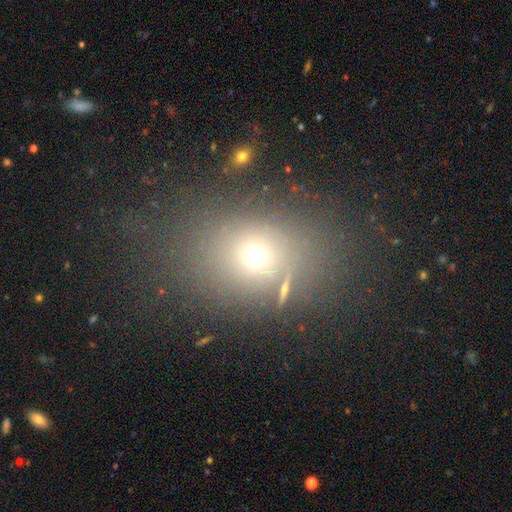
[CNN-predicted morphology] Smooth or featured?
  - smooth: 62% *
  - star or artifact: 23%
  - featured or disk: 15%
How rounded?
  - in between: 50% *
  - round: 49%
  - cigar-shaped: 1%
Merging?
  - none: 70% *
  - minor disturbance: 14%
  - major disturbance: 11%
  - merger: 6%